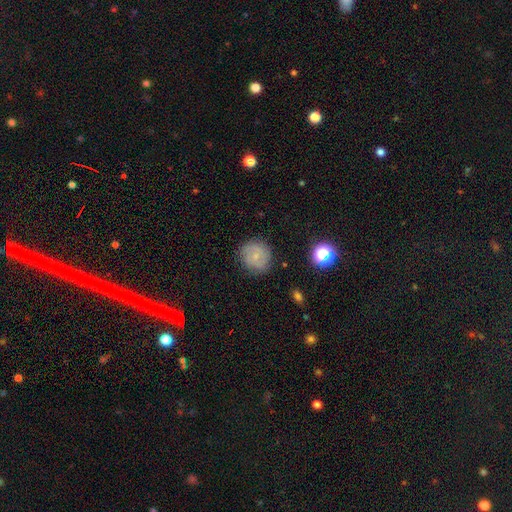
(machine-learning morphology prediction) smooth_or_featured: smooth (p=0.48) [alt: featured or disk p=0.42]
merging: none (p=0.81) [alt: minor disturbance p=0.14]